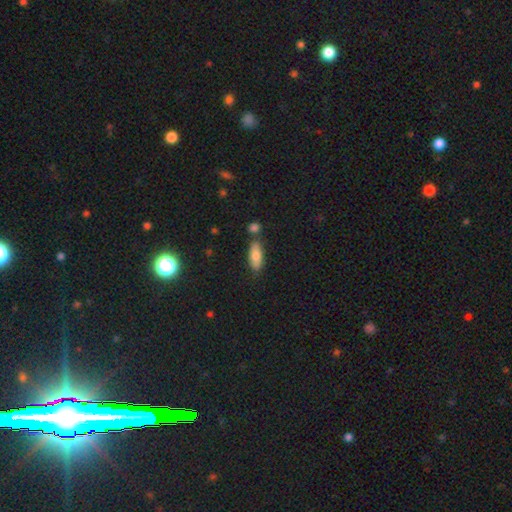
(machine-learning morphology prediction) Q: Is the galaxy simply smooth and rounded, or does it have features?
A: smooth — 75%.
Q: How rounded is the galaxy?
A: in between — 73%.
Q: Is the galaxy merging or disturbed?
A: none — 71%.